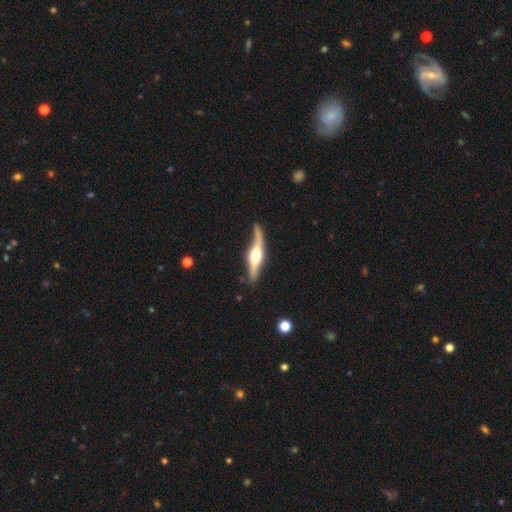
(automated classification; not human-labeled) Smooth or featured? Predicted: featured or disk (p=0.76). Edge-on disk? Predicted: yes (p=0.93). Edge-on bulge? Predicted: rounded (p=0.93). Merging? Predicted: none (p=0.72).